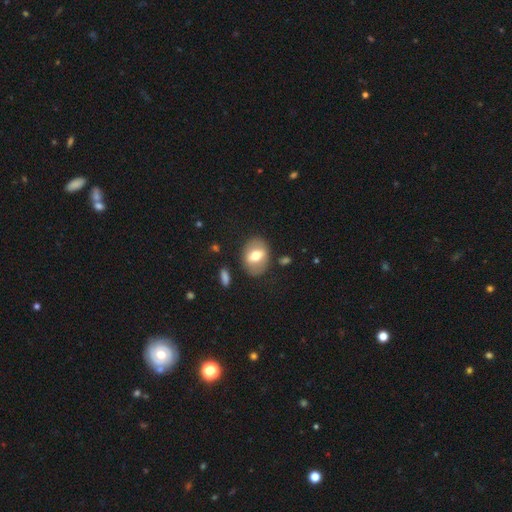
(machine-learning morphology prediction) Q: Smooth or featured?
A: smooth (58%); runner-up: featured or disk (34%)
Q: How rounded?
A: in between (69%); runner-up: round (30%)
Q: Merging?
A: none (80%); runner-up: minor disturbance (12%)